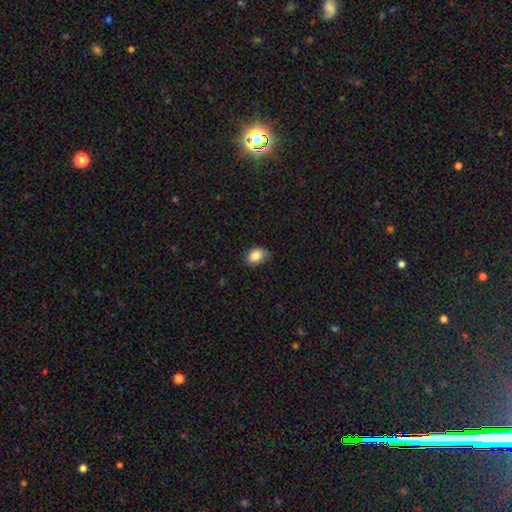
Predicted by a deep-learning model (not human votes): This appears to be a smooth galaxy with no disk features (85%) that is in between round and cigar-shaped (73%). Merging: none (68%).